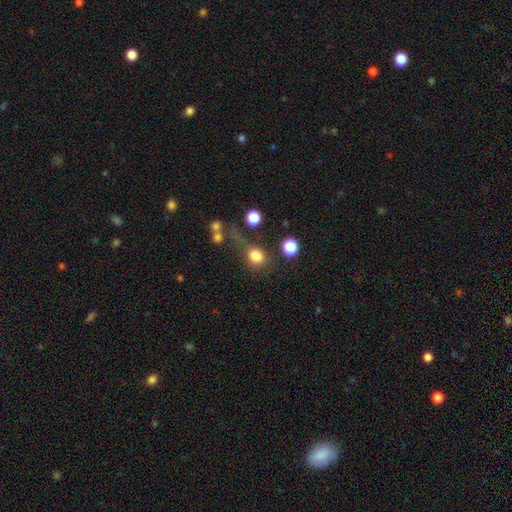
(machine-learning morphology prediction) Q: Smooth or featured?
A: smooth (80%); runner-up: star or artifact (13%)
Q: How rounded?
A: round (65%); runner-up: in between (33%)
Q: Merging?
A: none (49%); runner-up: minor disturbance (19%)